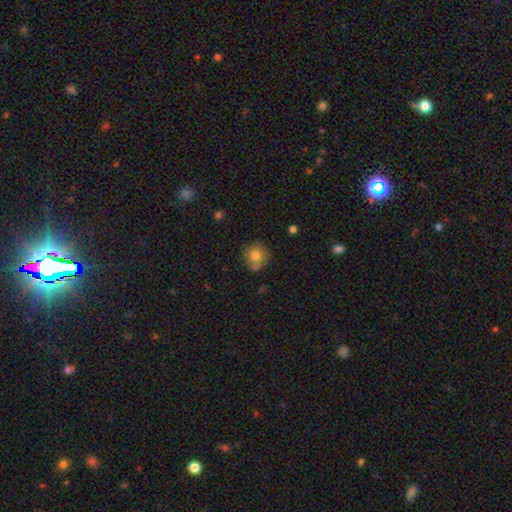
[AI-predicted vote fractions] smooth_or_featured: smooth (p=0.77) [alt: featured or disk p=0.13]
how_rounded: round (p=0.88) [alt: in between p=0.11]
merging: none (p=0.69) [alt: minor disturbance p=0.19]